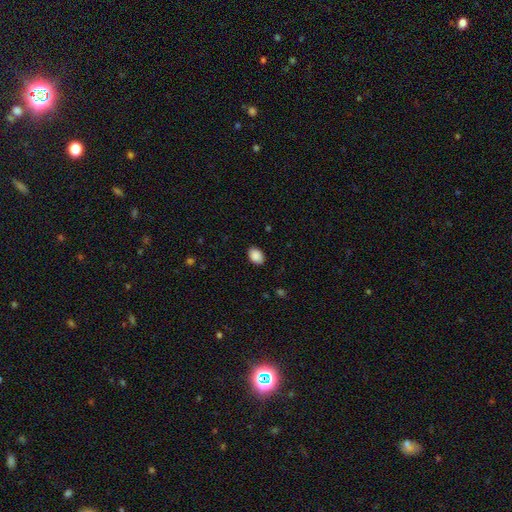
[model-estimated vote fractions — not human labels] This is clearly a smooth galaxy (90%). How rounded: likely in between (79%). Merging: clearly none (88%).